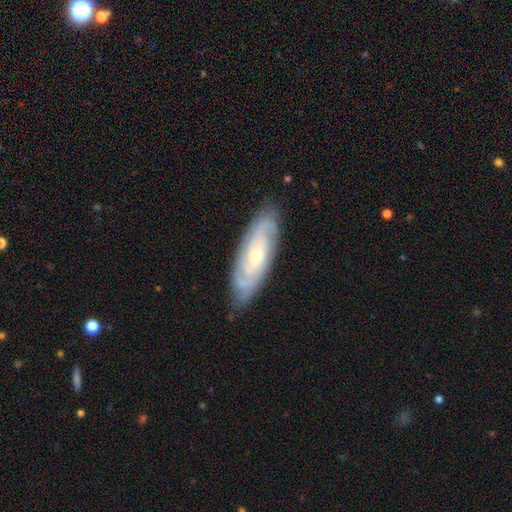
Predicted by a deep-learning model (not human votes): featured or disk 79%, smooth 15%, star or artifact 6%. Down the decision tree: edge-on disk — no (87%); bar — no (70%); spiral arms — yes (93%); spiral arm count — can't tell (37%); spiral winding — tight (64%); bulge size — small (59%); merging — none (82%).